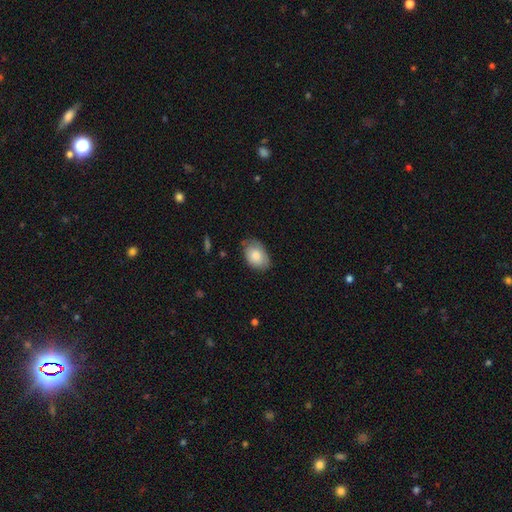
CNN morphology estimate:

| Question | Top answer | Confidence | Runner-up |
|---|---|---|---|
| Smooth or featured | smooth | 82% | featured or disk (12%) |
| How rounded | in between | 87% | round (12%) |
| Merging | none | 69% | minor disturbance (25%) |